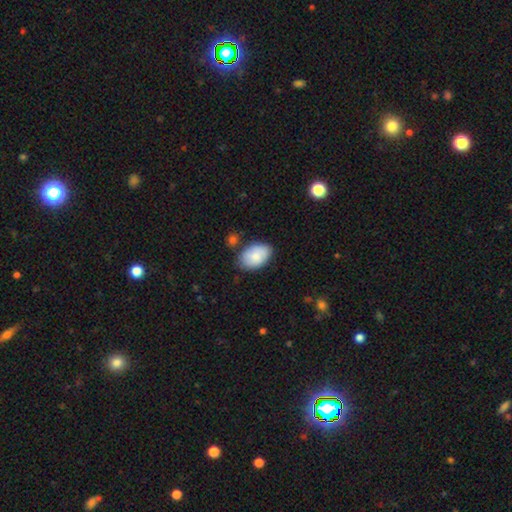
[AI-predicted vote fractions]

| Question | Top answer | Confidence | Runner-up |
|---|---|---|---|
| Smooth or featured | smooth | 83% | featured or disk (11%) |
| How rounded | in between | 92% | round (7%) |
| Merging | none | 75% | minor disturbance (18%) |